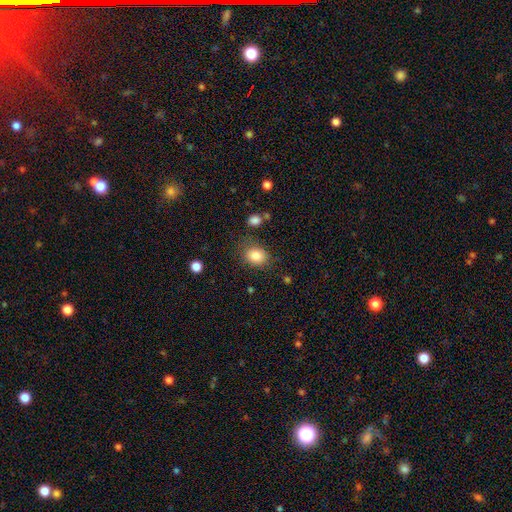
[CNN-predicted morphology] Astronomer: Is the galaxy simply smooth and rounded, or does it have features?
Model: smooth — 84%.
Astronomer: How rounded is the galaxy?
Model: in between — 52% (runner-up: round, 47%).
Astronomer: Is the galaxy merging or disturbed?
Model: none — 75%.